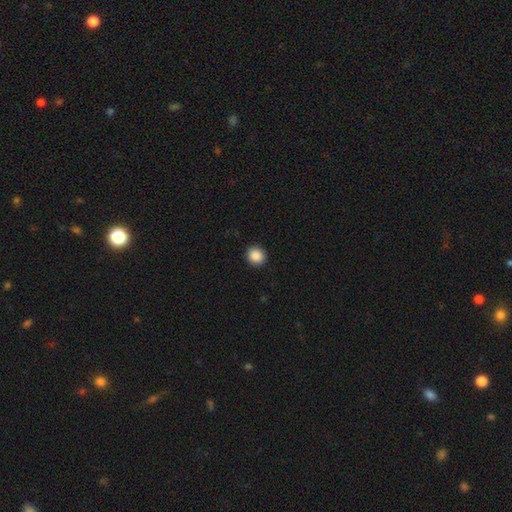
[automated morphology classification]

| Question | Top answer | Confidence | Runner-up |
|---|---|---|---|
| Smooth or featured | smooth | 89% | star or artifact (9%) |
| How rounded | round | 86% | in between (13%) |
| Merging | none | 92% | minor disturbance (5%) |